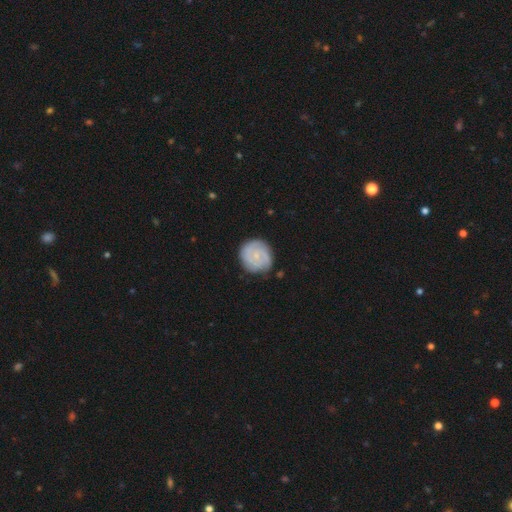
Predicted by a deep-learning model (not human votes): A featured or disk galaxy (69%) with no bar (69%), 3 (29%) tight (68%) spiral arms (93%) and a small central bulge (74%). Merging: none (80%).